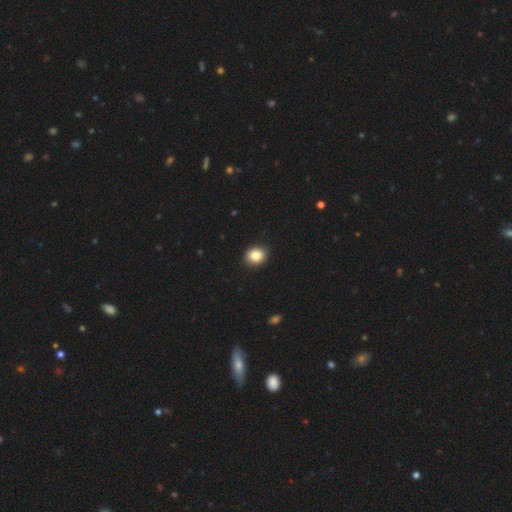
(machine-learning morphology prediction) smooth_or_featured: smooth (p=0.84) [alt: star or artifact p=0.10]
how_rounded: round (p=0.64) [alt: in between p=0.35]
merging: none (p=0.91) [alt: minor disturbance p=0.06]